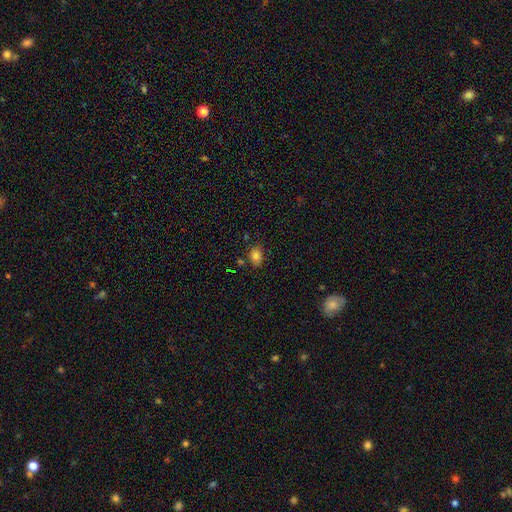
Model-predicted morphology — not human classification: This appears to be a smooth galaxy with no disk features (80%) that is in between round and cigar-shaped (63%). Merging: none (77%).